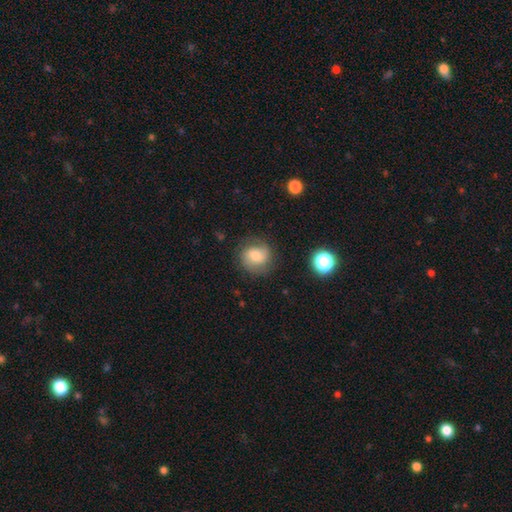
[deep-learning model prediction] Smooth or featured: smooth — 51% (featured or disk — 38%)
How rounded: round — 80% (in between — 19%)
Merging: none — 76% (minor disturbance — 16%)